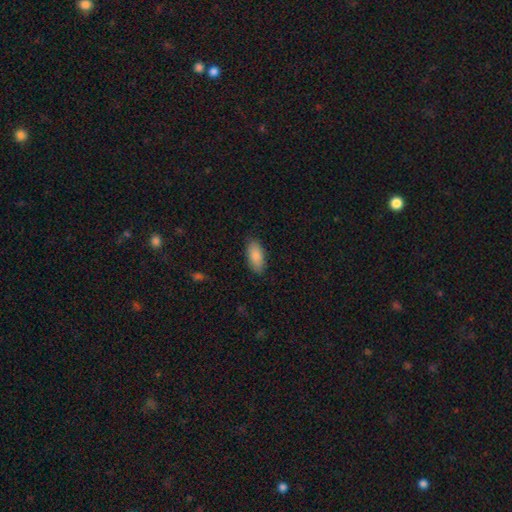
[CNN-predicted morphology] Smooth or featured: smooth — 88% (featured or disk — 6%)
How rounded: in between — 89% (cigar-shaped — 9%)
Merging: none — 86% (minor disturbance — 11%)